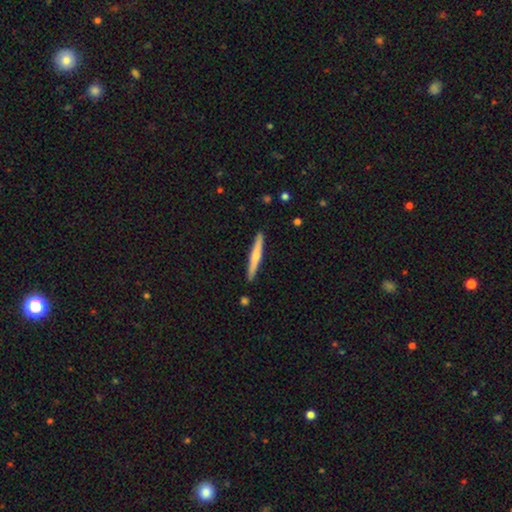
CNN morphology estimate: smooth-or-featured: smooth: 51% | featured or disk: 44% | star or artifact: 5%
  how-rounded: cigar-shaped: 95% | in between: 3% | round: 1%
  merging: none: 91% | minor disturbance: 6% | major disturbance: 1% | merger: 1%